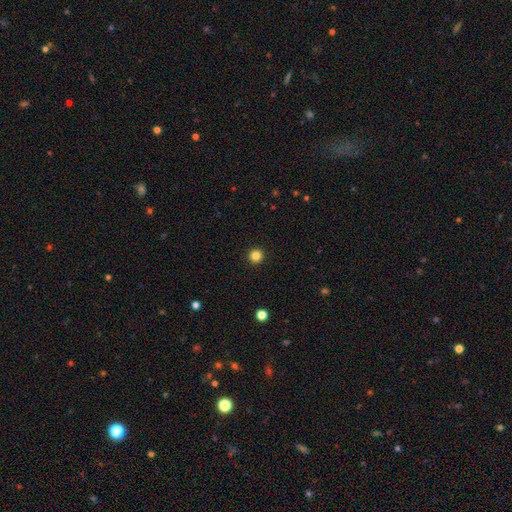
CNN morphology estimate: smooth_or_featured: smooth (p=0.84) [alt: star or artifact p=0.12]
how_rounded: round (p=0.95) [alt: in between p=0.04]
merging: none (p=0.94) [alt: minor disturbance p=0.04]